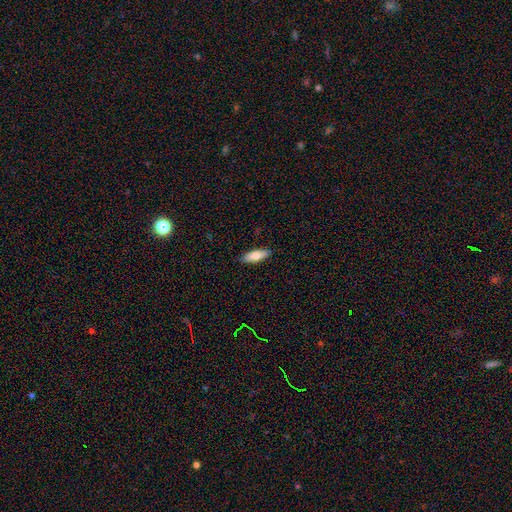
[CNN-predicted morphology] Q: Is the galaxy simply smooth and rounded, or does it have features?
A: smooth — 77%.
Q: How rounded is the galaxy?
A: in between — 60%.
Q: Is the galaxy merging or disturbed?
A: none — 89%.